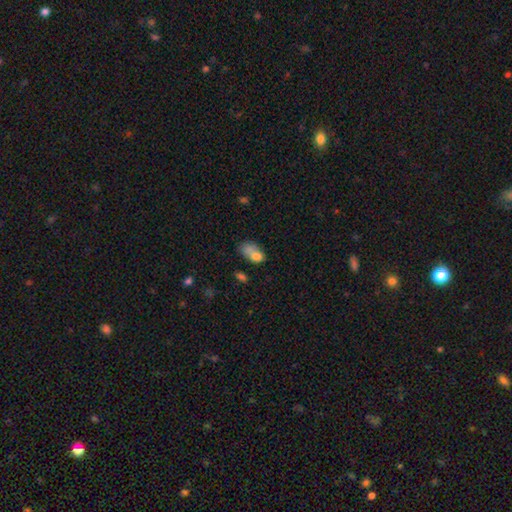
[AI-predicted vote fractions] smooth 73%, featured or disk 17%, star or artifact 10%. Down the decision tree: how rounded — in between (82%); merging — merger (35%).